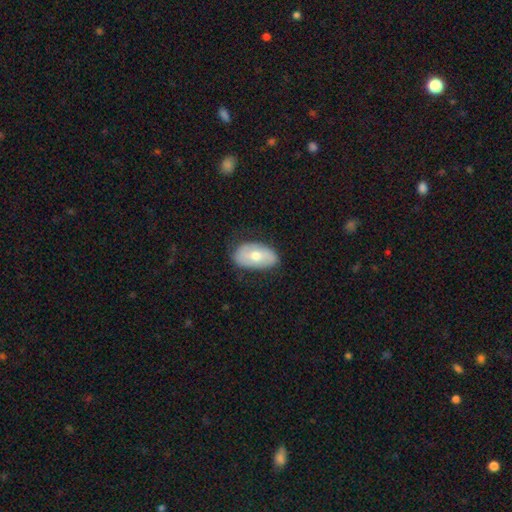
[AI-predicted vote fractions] A smooth galaxy with no disk features (60%) that is in between round and cigar-shaped (93%).

Vote fractions:
- Smooth or featured? smooth: 60% / featured or disk: 33% / star or artifact: 6%
- How rounded? in between: 93% / round: 5% / cigar-shaped: 2%
- Merging? none: 72% / minor disturbance: 22% / major disturbance: 4% / merger: 1%